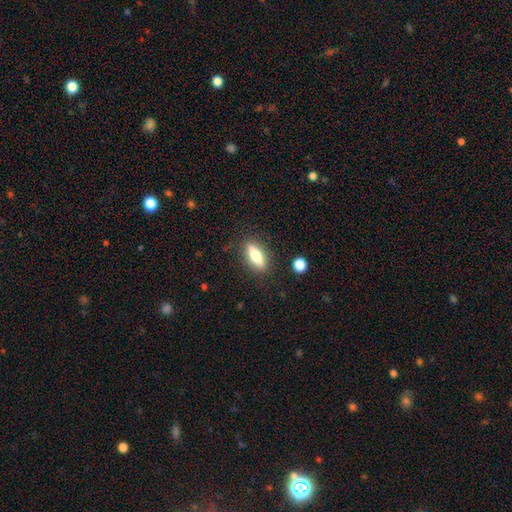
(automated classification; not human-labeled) Smooth or featured?
  - smooth: 58% *
  - featured or disk: 35%
  - star or artifact: 7%
How rounded?
  - cigar-shaped: 49% *
  - in between: 48%
  - round: 4%
Merging?
  - none: 86% *
  - minor disturbance: 9%
  - major disturbance: 3%
  - merger: 2%